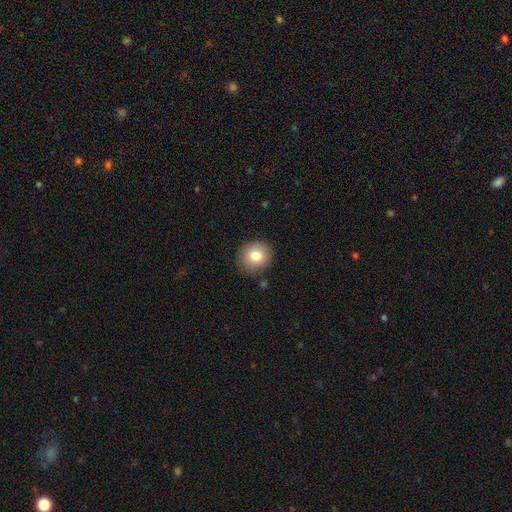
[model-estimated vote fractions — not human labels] smooth-or-featured: smooth: 81% | featured or disk: 10% | star or artifact: 10%
  how-rounded: round: 89% | in between: 10% | cigar-shaped: 1%
  merging: none: 87% | minor disturbance: 9% | major disturbance: 2% | merger: 2%